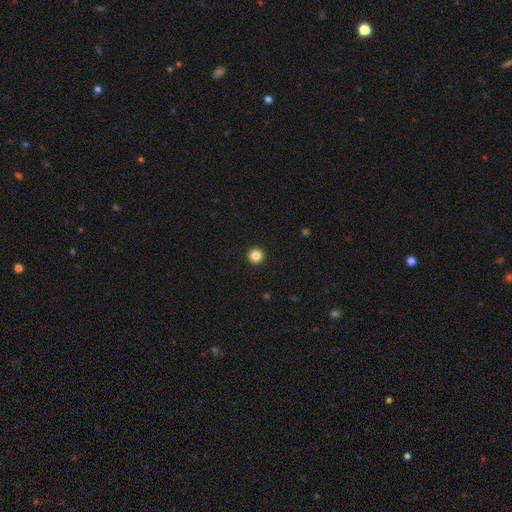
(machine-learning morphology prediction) type=smooth (85%); roundness=round (96%); merging=none (94%).